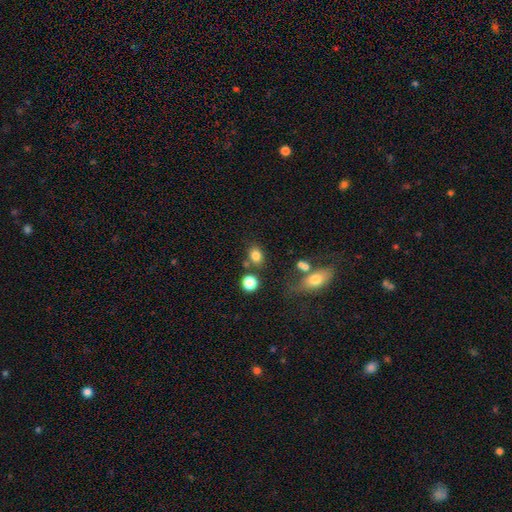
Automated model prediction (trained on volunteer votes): Morphology: type=smooth (81%); roundness=in between (57%); merging=none (69%).